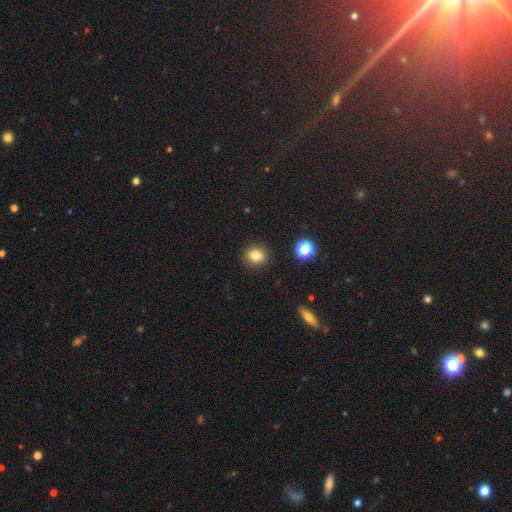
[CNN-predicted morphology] A smooth galaxy with no disk features (81%) that is round (74%). Merging: none (90%).